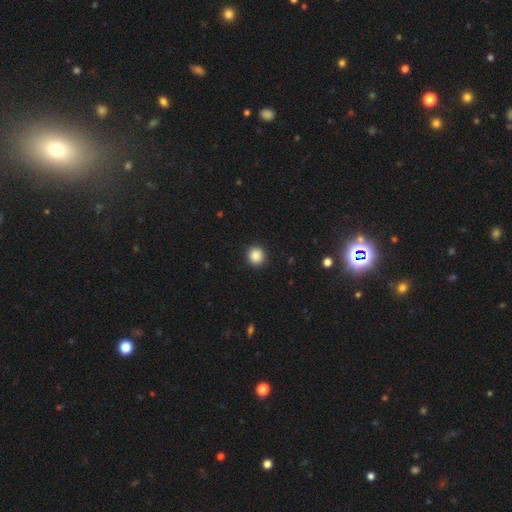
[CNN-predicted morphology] Smooth or featured? Predicted: smooth (p=0.88). How rounded? Predicted: round (p=0.91). Merging? Predicted: none (p=0.92).